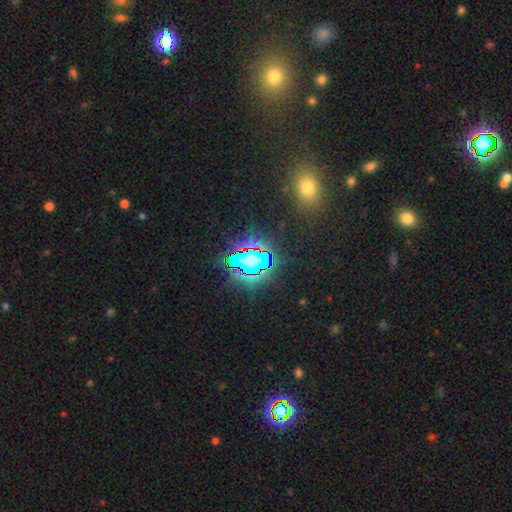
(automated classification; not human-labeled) smooth-or-featured: star or artifact: 68% | smooth: 21% | featured or disk: 12%